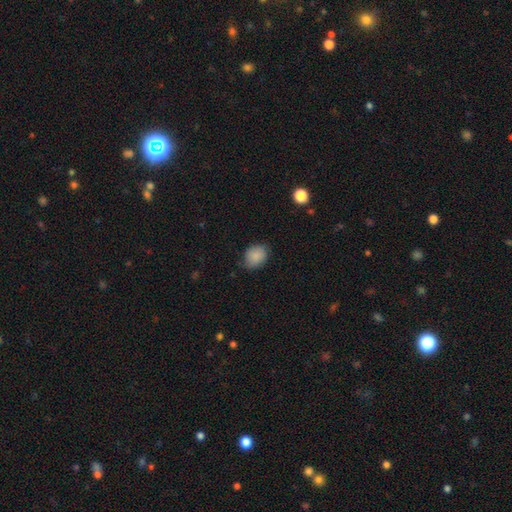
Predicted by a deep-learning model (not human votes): Smooth or featured?
  - smooth: 87% *
  - star or artifact: 8%
  - featured or disk: 5%
How rounded?
  - in between: 51% *
  - round: 48%
  - cigar-shaped: 1%
Merging?
  - none: 75% *
  - minor disturbance: 20%
  - major disturbance: 4%
  - merger: 1%